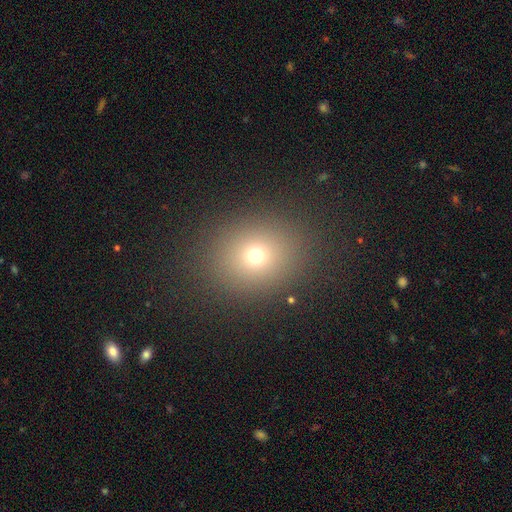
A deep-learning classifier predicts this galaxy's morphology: Overall: smooth (70%). How rounded: round (67%; in between 32%). Merging: none (87%).